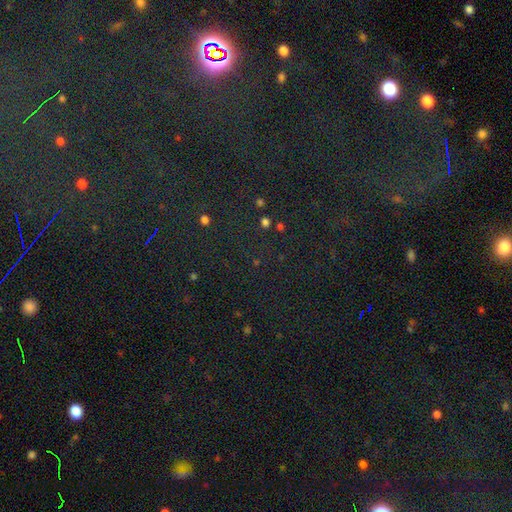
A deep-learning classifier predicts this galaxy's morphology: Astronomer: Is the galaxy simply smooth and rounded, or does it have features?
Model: star or artifact — 77%.